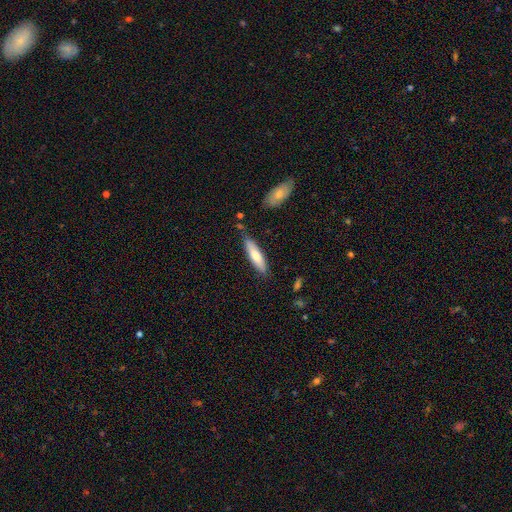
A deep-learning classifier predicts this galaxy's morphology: This appears to be a smooth galaxy with no disk features (71%) that is cigar-shaped (70%). Merging: none (80%).